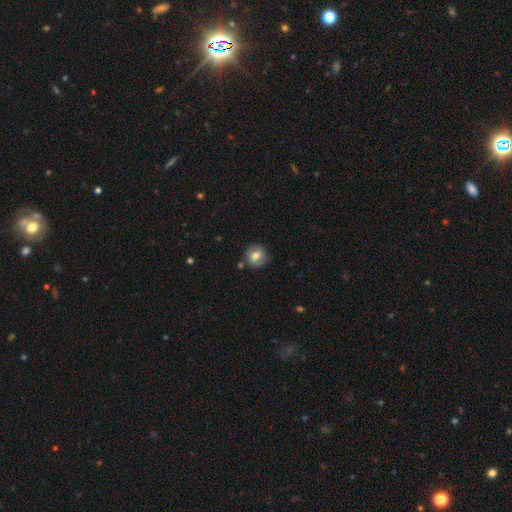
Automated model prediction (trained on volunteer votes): smooth-or-featured: smooth: 61% | featured or disk: 31% | star or artifact: 8%
  how-rounded: round: 87% | in between: 12% | cigar-shaped: 1%
  merging: none: 80% | minor disturbance: 14% | major disturbance: 3% | merger: 3%